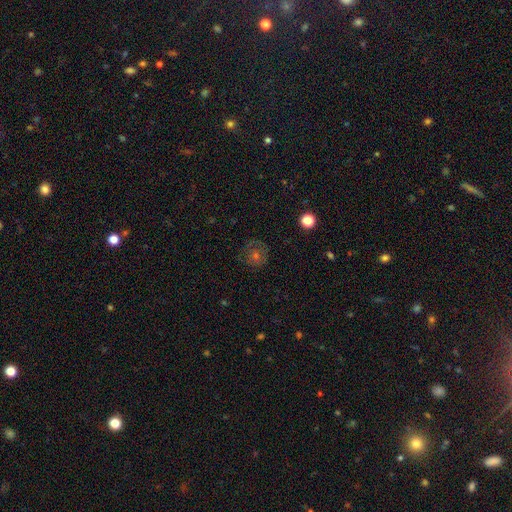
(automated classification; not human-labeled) Smooth or featured? smooth (44%)
Merging? none (77%)